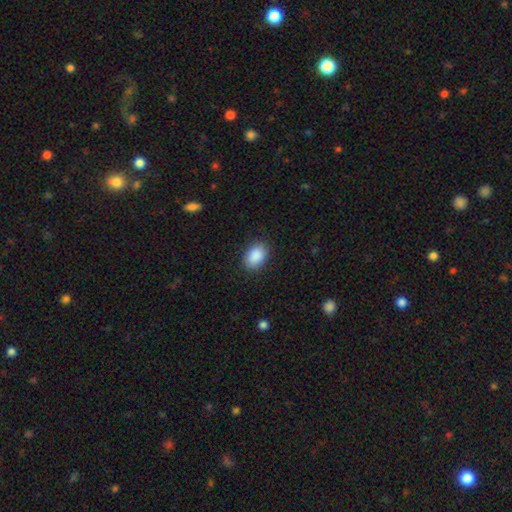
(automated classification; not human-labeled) The model was most divided on "how rounded": in between: 83%, round: 16%, cigar-shaped: 1%. More confident: smooth or featured — smooth (90%); merging — none (87%).